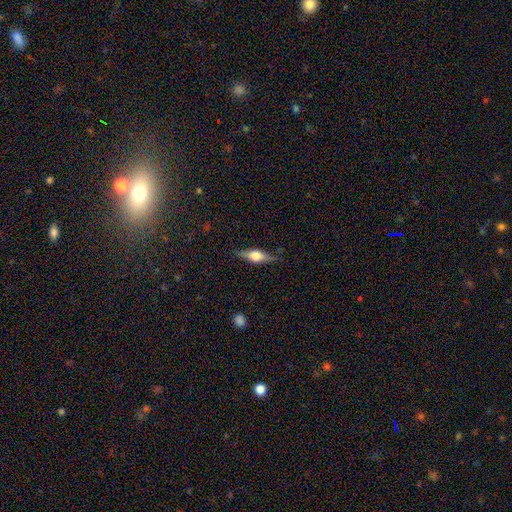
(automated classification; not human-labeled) Smooth or featured?
  - featured or disk: 60% *
  - smooth: 32%
  - star or artifact: 7%
Edge-on disk?
  - yes: 95% *
  - no: 5%
Edge-on bulge?
  - rounded: 89% *
  - boxy: 9%
  - none: 2%
Merging?
  - none: 83% *
  - minor disturbance: 13%
  - major disturbance: 3%
  - merger: 1%